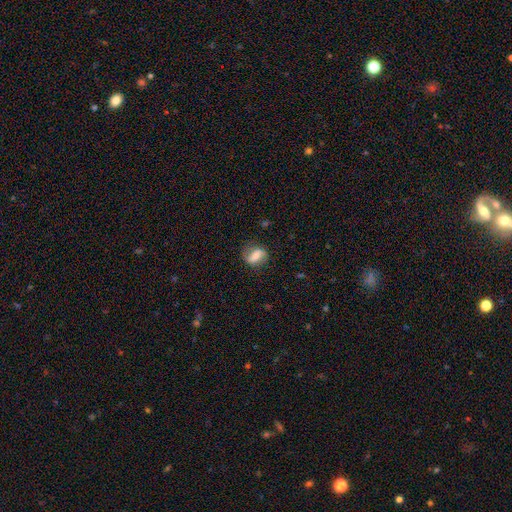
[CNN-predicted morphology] Smooth or featured? Predicted: smooth (p=0.53). How rounded? Predicted: in between (p=0.69). Merging? Predicted: none (p=0.71).